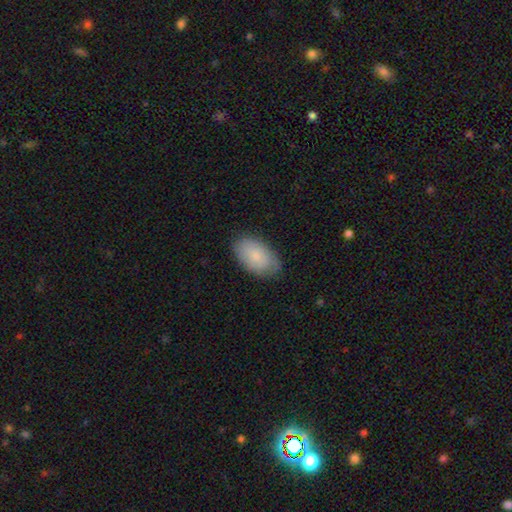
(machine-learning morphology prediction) type=smooth (84%); roundness=in between (95%); merging=none (82%).